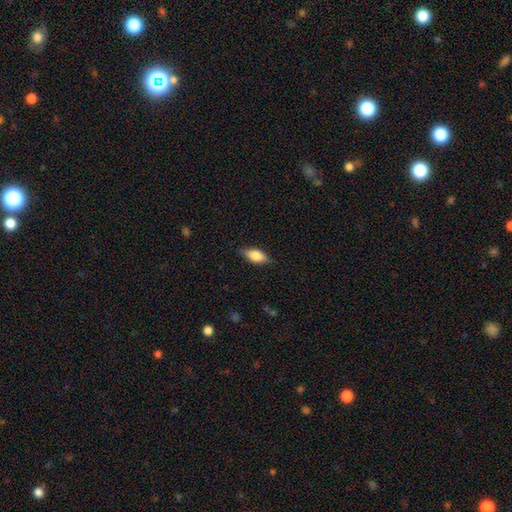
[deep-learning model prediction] Morphology: type=smooth (71%); roundness=in between (80%); merging=none (83%).